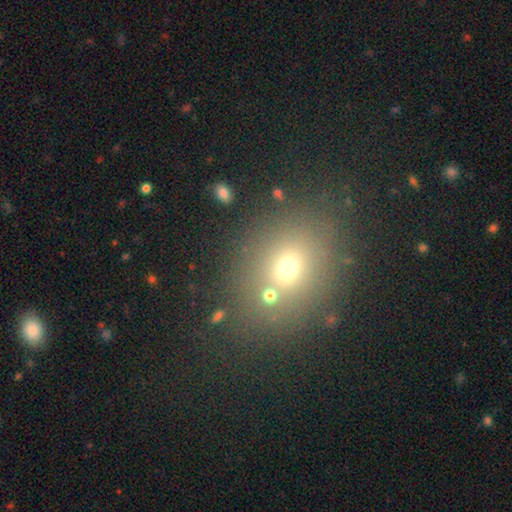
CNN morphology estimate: A smooth galaxy with no disk features (59%) that is round (50%).

Vote fractions:
- Smooth or featured? smooth: 59% / star or artifact: 26% / featured or disk: 14%
- How rounded? round: 50% / in between: 49% / cigar-shaped: 1%
- Merging? none: 71% / merger: 14% / minor disturbance: 11% / major disturbance: 4%